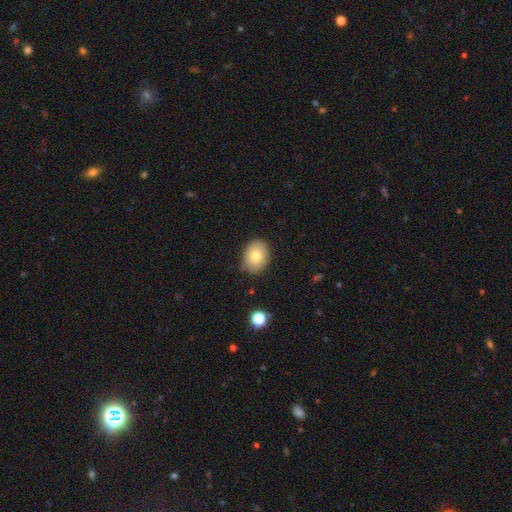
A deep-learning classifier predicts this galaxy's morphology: A smooth galaxy with no disk features (79%) that is in between round and cigar-shaped (64%). Merging: none (81%).